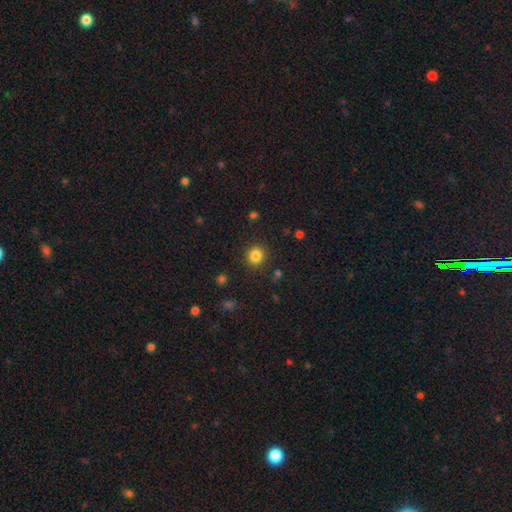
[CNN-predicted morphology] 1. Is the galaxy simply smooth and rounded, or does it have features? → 84% smooth, 12% star or artifact, 5% featured or disk.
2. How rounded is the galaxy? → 85% round, 14% in between, 1% cigar-shaped.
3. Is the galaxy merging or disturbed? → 89% none, 7% minor disturbance, 3% major disturbance, 2% merger.